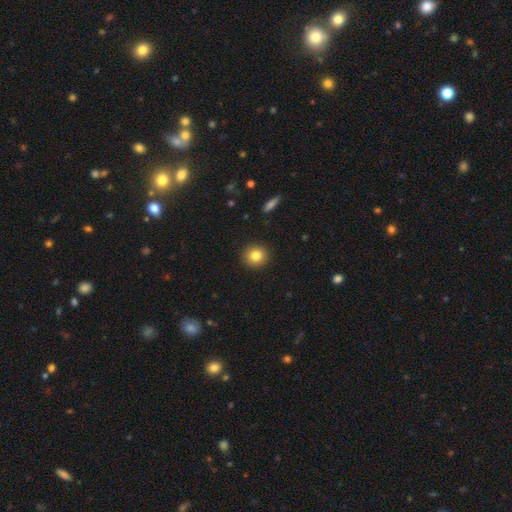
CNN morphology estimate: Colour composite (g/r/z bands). It shows a smooth galaxy with no disk features (82%) that is round (91%). Merging: none (92%).